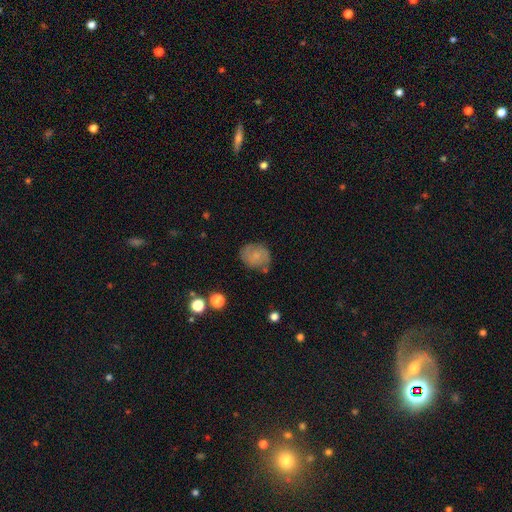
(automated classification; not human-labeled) A smooth galaxy with no disk features (51%) that is round (70%). Merging: none (70%).